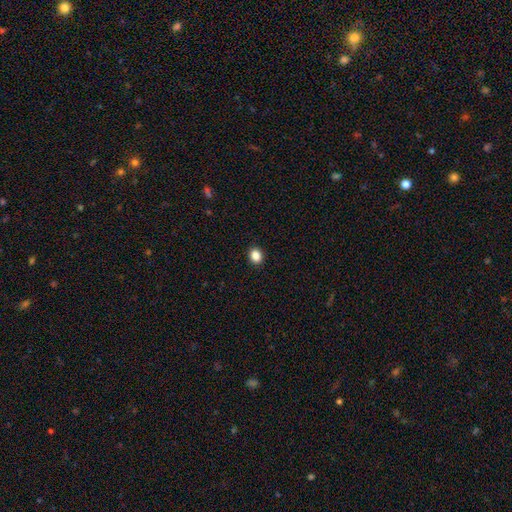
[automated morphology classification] The model was most divided on "how rounded": round: 64%, in between: 35%, cigar-shaped: 1%. More confident: merging — none (92%); smooth or featured — smooth (86%).